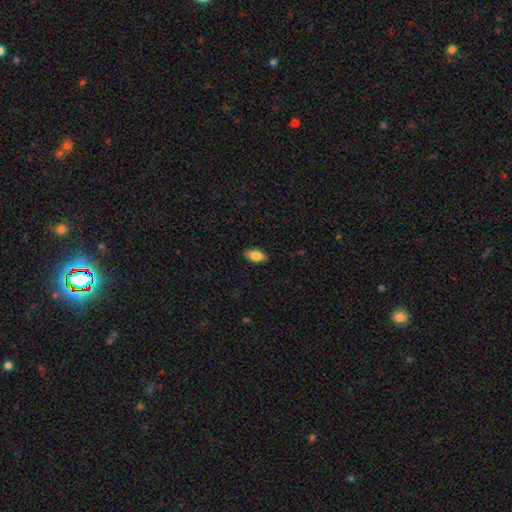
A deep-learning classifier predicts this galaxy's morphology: Smooth or featured? smooth (85%)
How rounded? in between (92%)
Merging? none (89%)